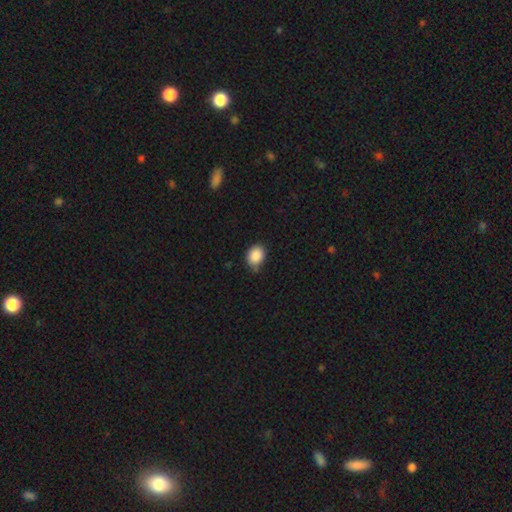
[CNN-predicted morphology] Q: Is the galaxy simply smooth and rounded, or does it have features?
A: smooth — 88%.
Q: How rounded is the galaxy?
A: in between — 58%.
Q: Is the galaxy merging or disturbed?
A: none — 74%.